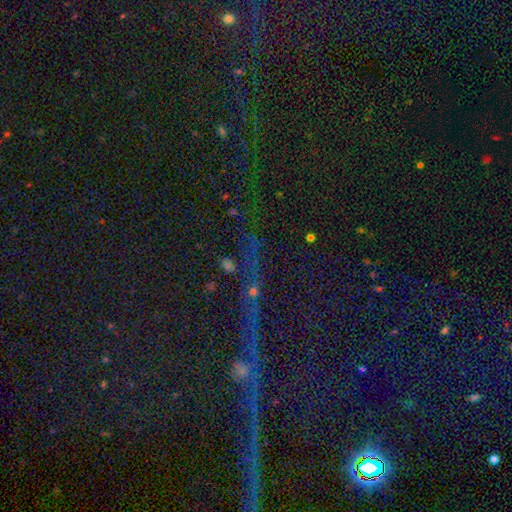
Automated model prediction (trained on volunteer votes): This is clearly a star or artifact rather than a galaxy (80%).